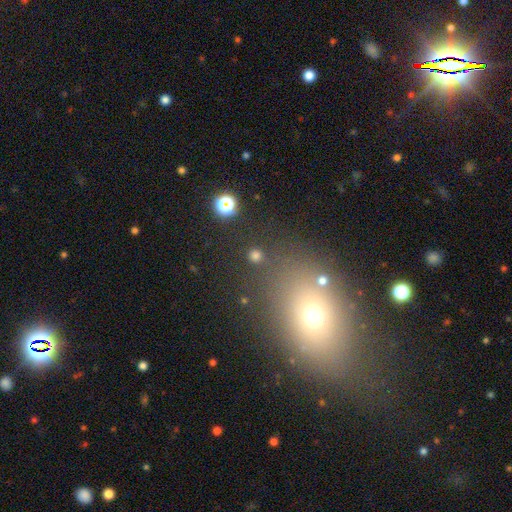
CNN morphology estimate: Smooth or featured?
  - smooth: 76% *
  - star or artifact: 20%
  - featured or disk: 5%
How rounded?
  - round: 92% *
  - in between: 7%
  - cigar-shaped: 1%
Merging?
  - none: 87% *
  - minor disturbance: 6%
  - merger: 4%
  - major disturbance: 3%